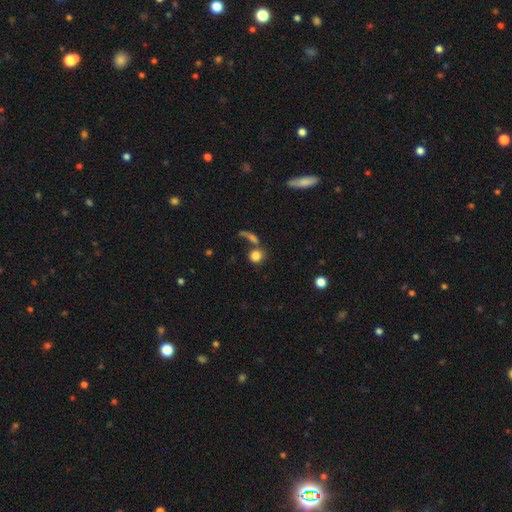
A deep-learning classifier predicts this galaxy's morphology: Overall: smooth (81%). How rounded: round (83%). Merging: none (51%; merger 29%).